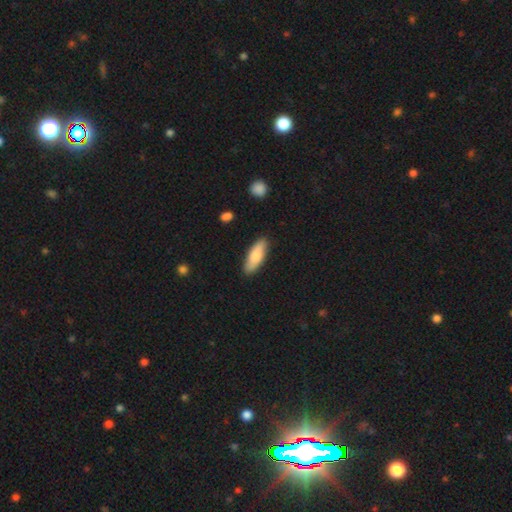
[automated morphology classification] Overall: smooth (79%). How rounded: in between (57%; cigar-shaped 41%). Merging: none (87%).